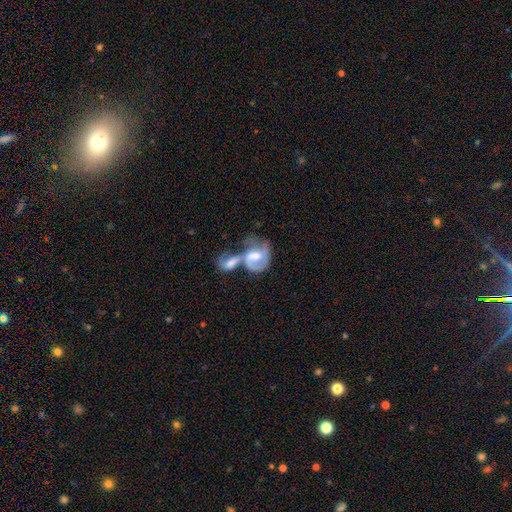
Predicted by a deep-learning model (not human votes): This appears to be a featured or disk galaxy (75%) with a weak bar (45%), 2 (65%) medium (45%) spiral arms (87%) and a moderate central bulge (64%). Merging: merger (70%).